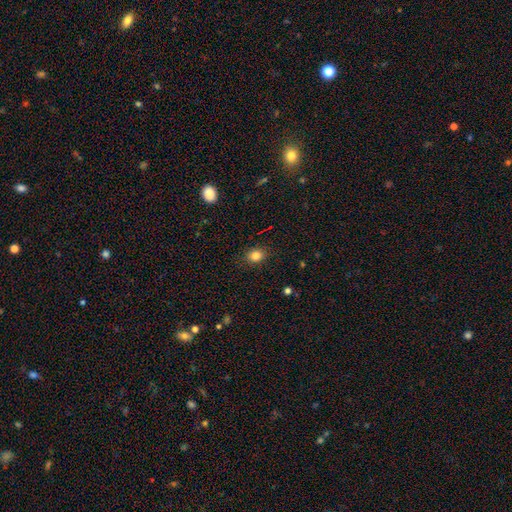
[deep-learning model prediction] This appears to be a smooth galaxy with no disk features (82%) that is round (54%). Merging: none (86%).